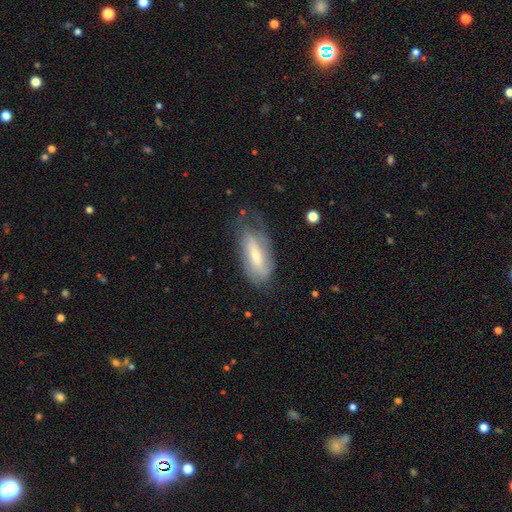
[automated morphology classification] smooth_or_featured: featured or disk (p=0.51) [alt: smooth p=0.42]
disk_edge_on: no (p=0.82) [alt: yes p=0.18]
merging: none (p=0.49) [alt: minor disturbance p=0.30]